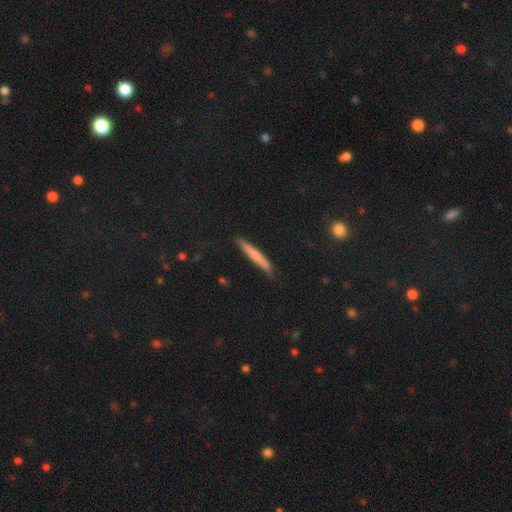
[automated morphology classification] smooth_or_featured: smooth (p=0.68) [alt: featured or disk p=0.25]
how_rounded: cigar-shaped (p=0.95) [alt: in between p=0.04]
merging: none (p=0.85) [alt: minor disturbance p=0.11]